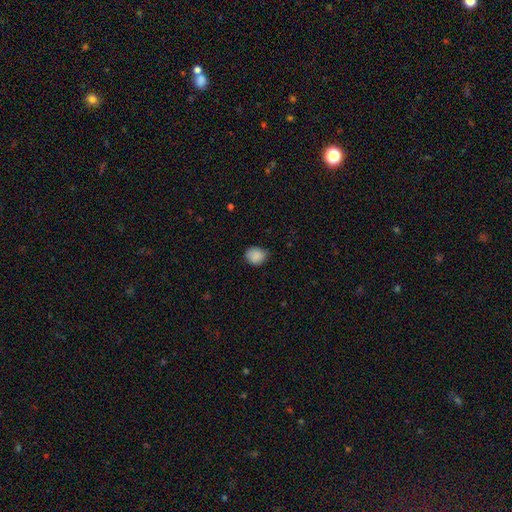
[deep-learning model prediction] smooth 88%, star or artifact 8%, featured or disk 4%. Down the decision tree: how rounded — round (65%); merging — none (74%).